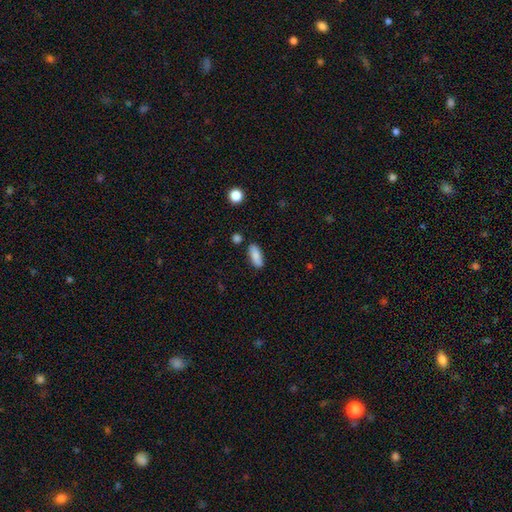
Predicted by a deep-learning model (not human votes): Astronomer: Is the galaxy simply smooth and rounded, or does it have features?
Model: smooth — 85%.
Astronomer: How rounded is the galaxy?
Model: in between — 75%.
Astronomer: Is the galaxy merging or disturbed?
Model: none — 80%.